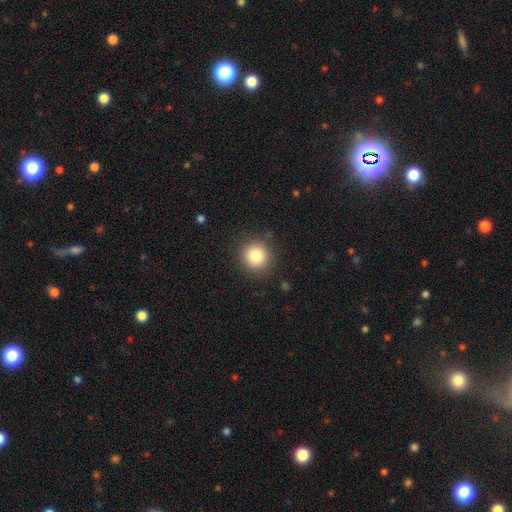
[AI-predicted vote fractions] Overall: smooth (84%). How rounded: round (91%). Merging: none (88%).